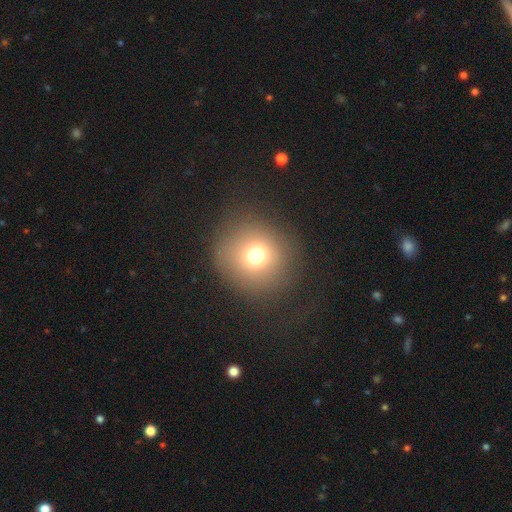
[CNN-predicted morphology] Smooth or featured: smooth — 71% (star or artifact — 18%)
How rounded: round — 92% (in between — 7%)
Merging: none — 83% (minor disturbance — 8%)